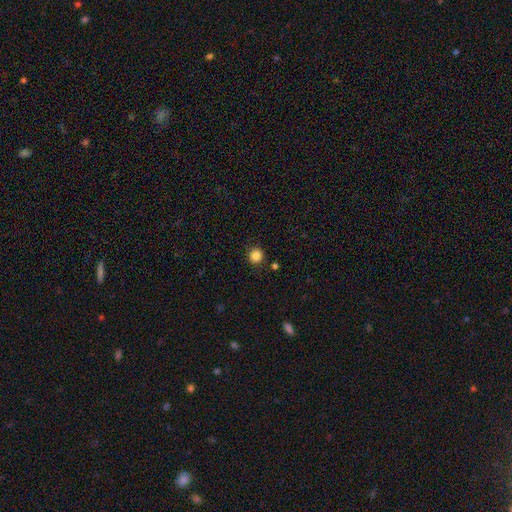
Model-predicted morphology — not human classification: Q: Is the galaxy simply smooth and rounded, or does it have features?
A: smooth — 85%.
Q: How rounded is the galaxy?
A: round — 94%.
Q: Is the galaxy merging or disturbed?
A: none — 90%.